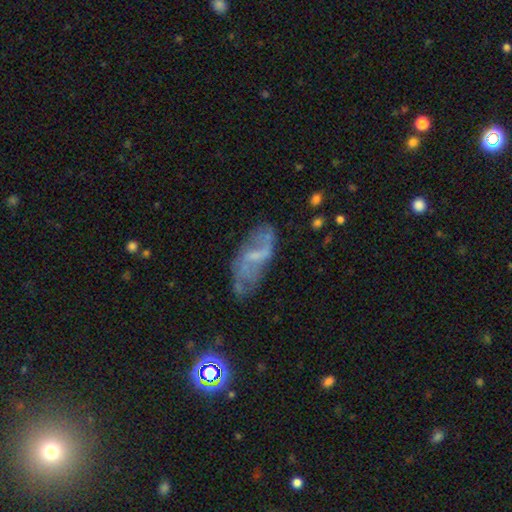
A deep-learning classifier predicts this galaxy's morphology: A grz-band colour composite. It shows a featured or disk galaxy (65%) with a weak bar (49%), spiral arms (71%) and a small central bulge (45%). Merging: none (58%).